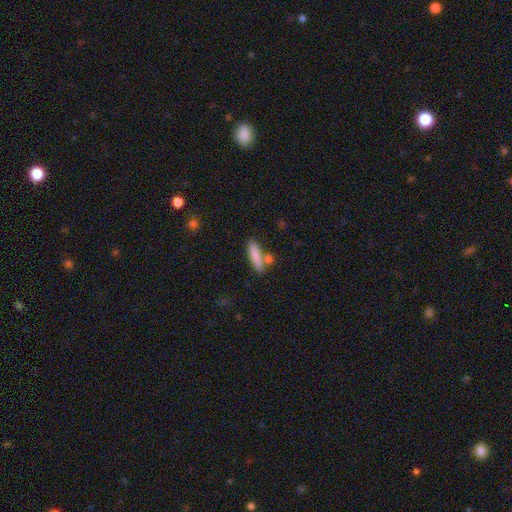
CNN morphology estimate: smooth 83%, featured or disk 10%, star or artifact 7%. Down the decision tree: how rounded — cigar-shaped (71%); merging — none (68%).